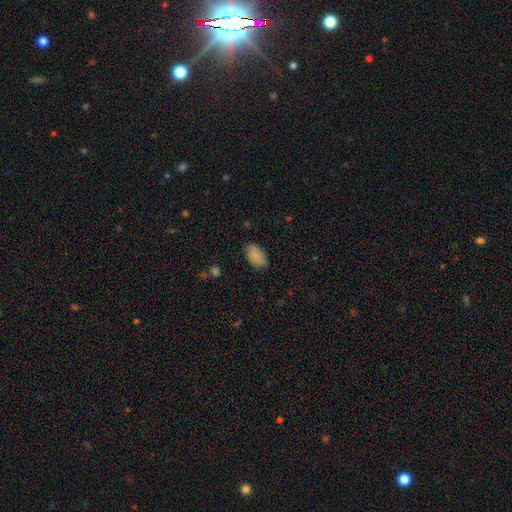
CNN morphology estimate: Overall: smooth (82%). How rounded: in between (93%). Merging: none (80%).